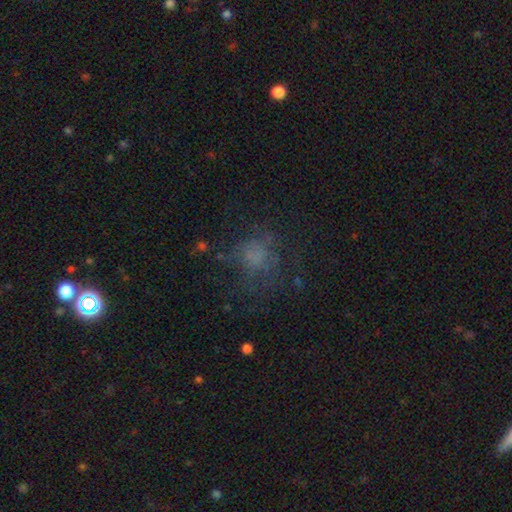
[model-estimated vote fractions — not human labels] This is possibly a smooth galaxy (51%). How rounded: likely round (73%). Merging: possibly none (53%).